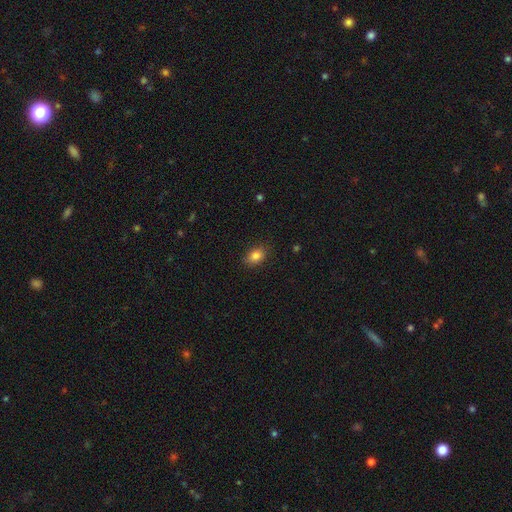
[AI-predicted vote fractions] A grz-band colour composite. It shows a smooth galaxy with no disk features (84%) that is in between round and cigar-shaped (74%). Merging: none (87%).